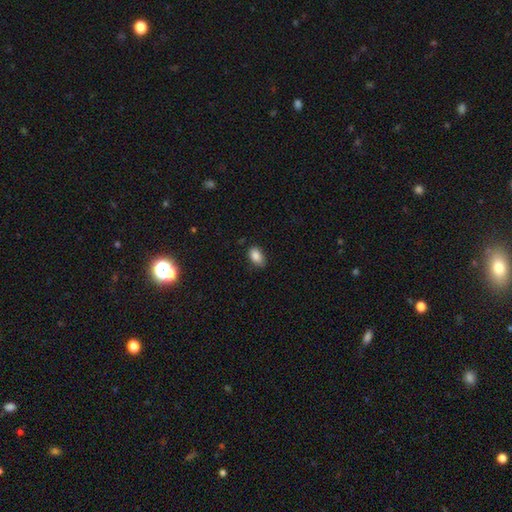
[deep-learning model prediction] Morphology: type=smooth (86%); roundness=in between (89%); merging=none (71%).